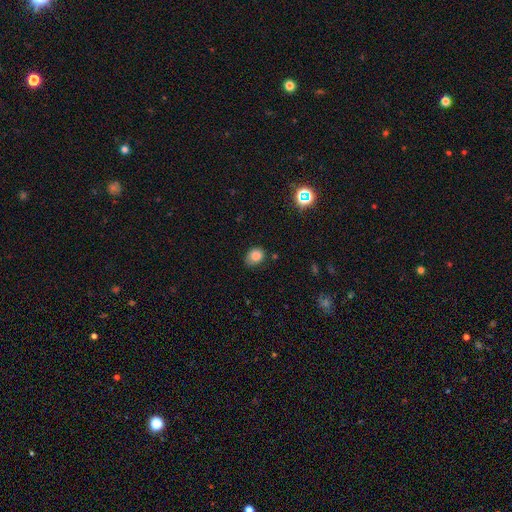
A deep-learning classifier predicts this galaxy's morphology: Smooth or featured?
  - smooth: 81% *
  - star or artifact: 12%
  - featured or disk: 8%
How rounded?
  - round: 50% *
  - in between: 49%
  - cigar-shaped: 1%
Merging?
  - none: 66% *
  - minor disturbance: 26%
  - major disturbance: 5%
  - merger: 3%